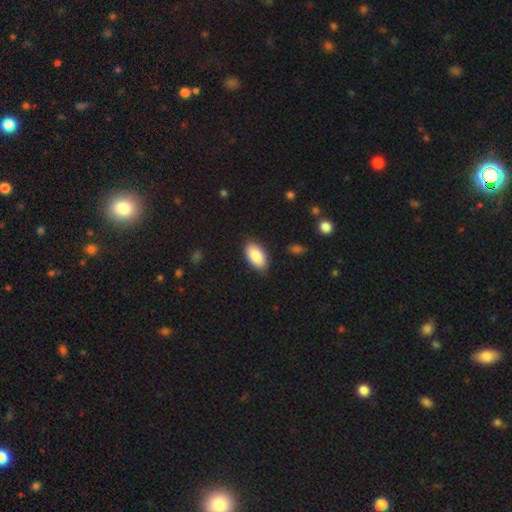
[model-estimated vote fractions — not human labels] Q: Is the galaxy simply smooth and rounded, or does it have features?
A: smooth — 88%.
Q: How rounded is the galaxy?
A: in between — 95%.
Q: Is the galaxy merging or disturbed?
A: none — 85%.